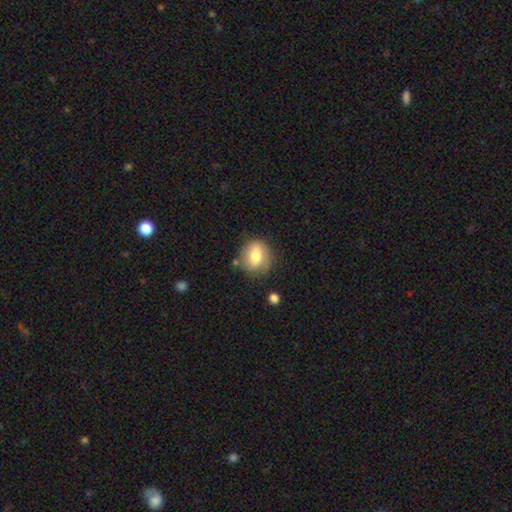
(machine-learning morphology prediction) A smooth galaxy with no disk features (71%) that is round (65%). Merging: none (74%).